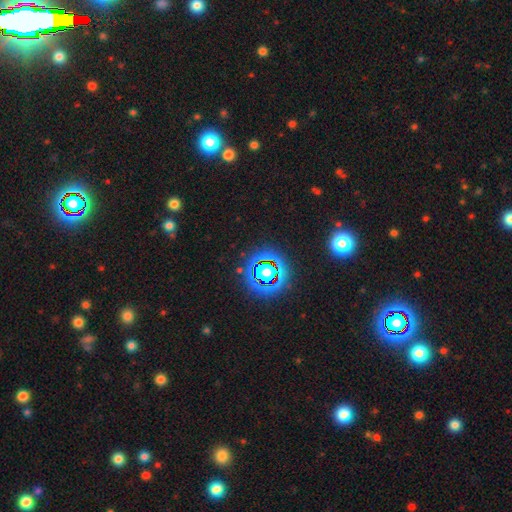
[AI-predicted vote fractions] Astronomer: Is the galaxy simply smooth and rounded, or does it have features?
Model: star or artifact — 79%.